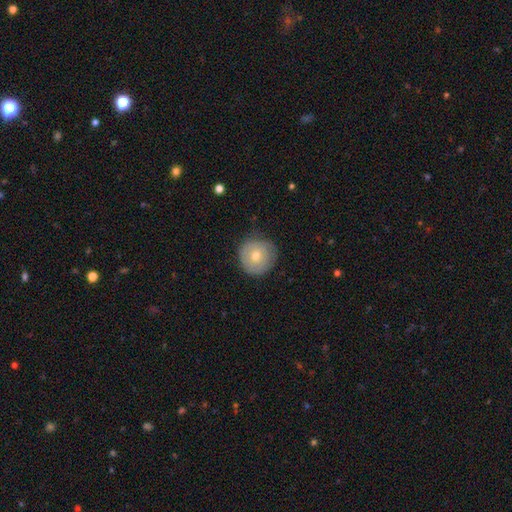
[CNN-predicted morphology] The model was most divided on "smooth or featured": smooth: 65%, featured or disk: 27%, star or artifact: 9%. More confident: how rounded — round (94%); merging — none (81%).